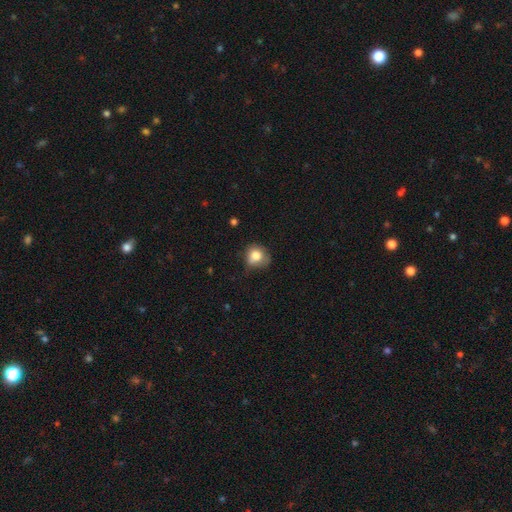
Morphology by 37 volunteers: This appears to be a smooth galaxy with no disk features (78%) that is round (72%). Merging: minor disturbance (46%).